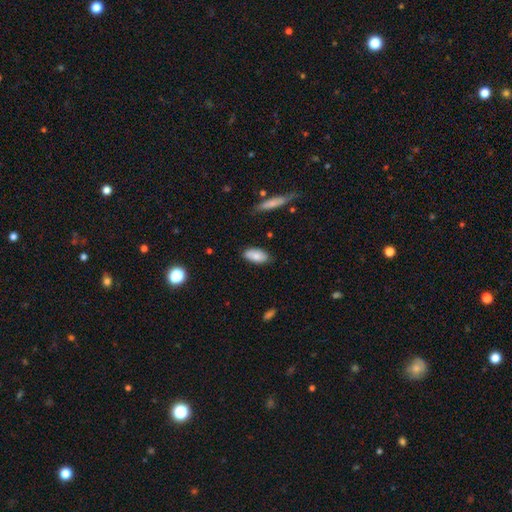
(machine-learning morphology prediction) smooth-or-featured: smooth: 80% | featured or disk: 13% | star or artifact: 7%
  how-rounded: in between: 91% | cigar-shaped: 7% | round: 2%
  merging: none: 81% | minor disturbance: 15% | major disturbance: 3% | merger: 2%